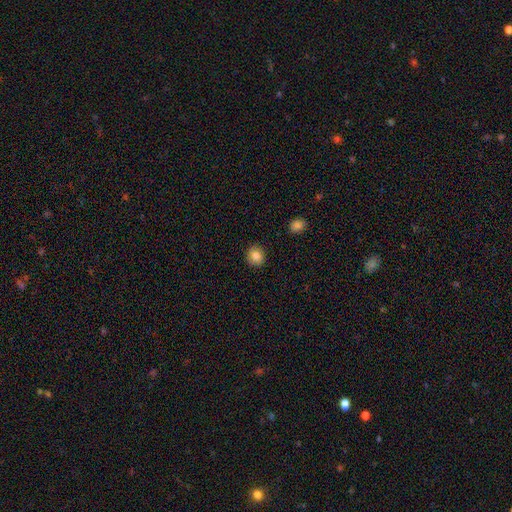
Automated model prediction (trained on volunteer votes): Smooth or featured? smooth (84%)
How rounded? round (81%)
Merging? none (90%)